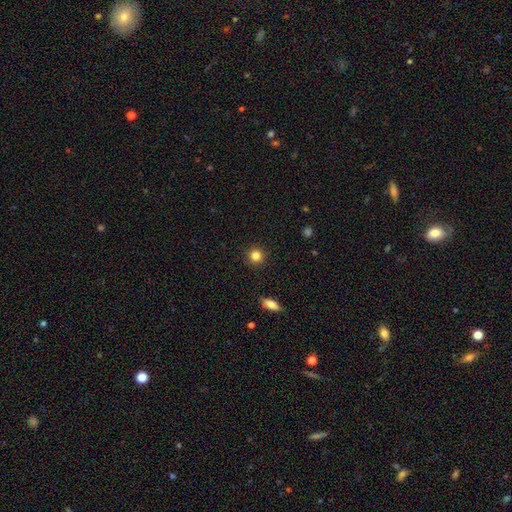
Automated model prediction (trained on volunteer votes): Morphology: type=smooth (84%); roundness=round (94%); merging=none (92%).